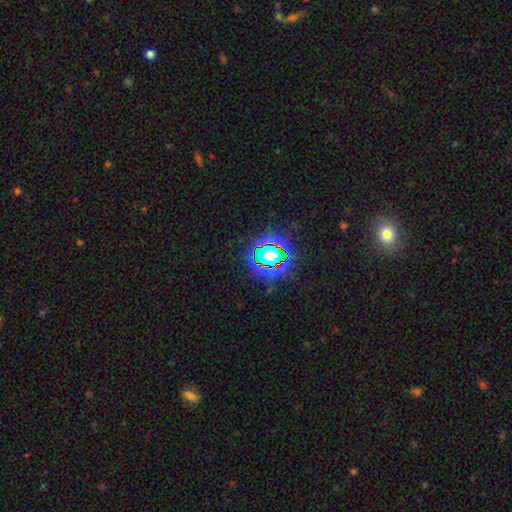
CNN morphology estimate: Smooth or featured?
  - star or artifact: 76% *
  - smooth: 16%
  - featured or disk: 9%